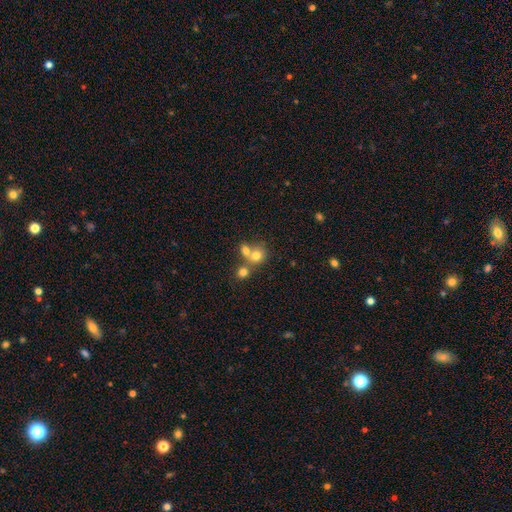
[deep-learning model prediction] smooth 72%, featured or disk 15%, star or artifact 13%. Down the decision tree: how rounded — round (74%); merging — merger (50%).